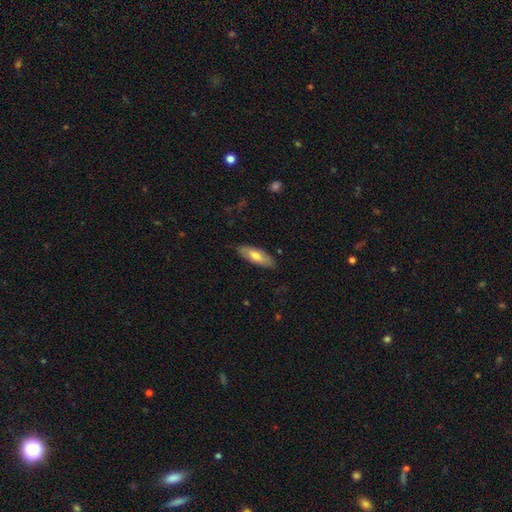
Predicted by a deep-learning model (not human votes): This appears to be a smooth galaxy with no disk features (67%) that is in between round and cigar-shaped (65%). Merging: none (83%).